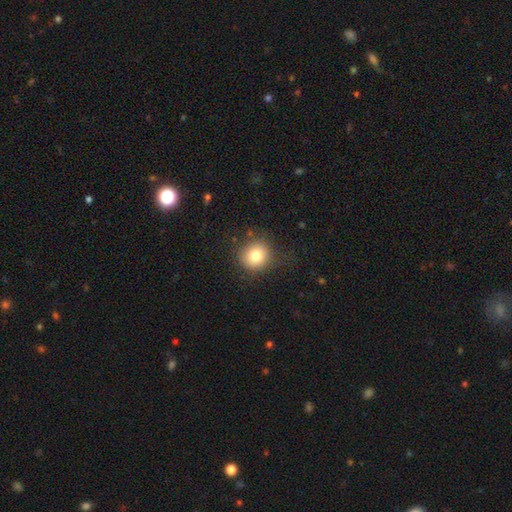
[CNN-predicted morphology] A smooth galaxy with no disk features (81%) that is round (86%).

Vote fractions:
- Smooth or featured? smooth: 81% / star or artifact: 11% / featured or disk: 9%
- How rounded? round: 86% / in between: 13% / cigar-shaped: 1%
- Merging? none: 82% / minor disturbance: 12% / major disturbance: 4% / merger: 1%